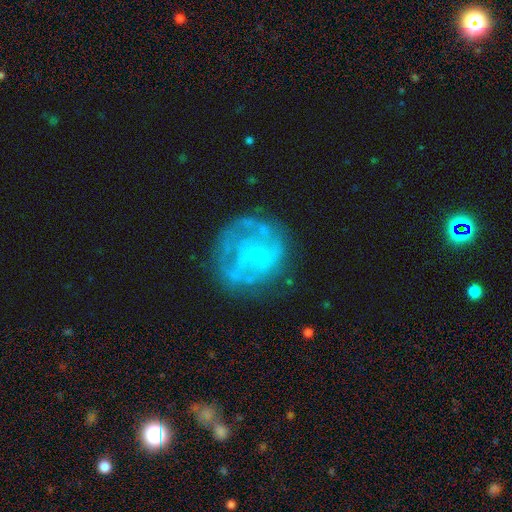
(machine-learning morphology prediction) Smooth or featured?
  - featured or disk: 70% *
  - smooth: 21%
  - star or artifact: 9%
Edge-on disk?
  - no: 98% *
  - yes: 2%
Bar?
  - no: 61% *
  - weak: 31%
  - strong: 8%
Spiral arms?
  - yes: 53% *
  - no: 47%
Bulge size?
  - small: 46% *
  - none: 39%
  - moderate: 13%
  - large: 1%
  - dominant: 1%
Merging?
  - none: 63% *
  - minor disturbance: 19%
  - major disturbance: 16%
  - merger: 3%